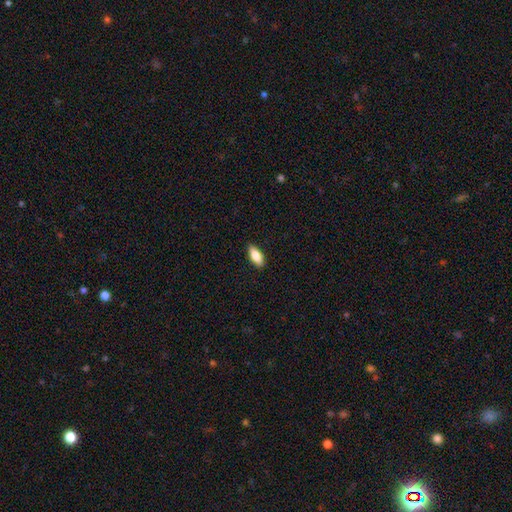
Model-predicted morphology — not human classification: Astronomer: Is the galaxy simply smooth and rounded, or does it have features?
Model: smooth — 78%.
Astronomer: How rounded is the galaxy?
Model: in between — 78%.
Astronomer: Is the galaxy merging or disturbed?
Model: none — 89%.